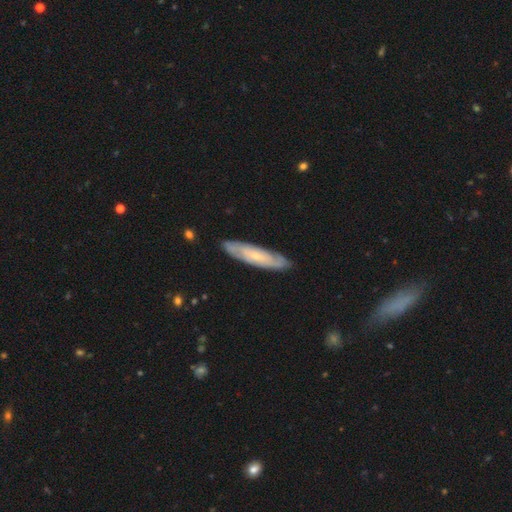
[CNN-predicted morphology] smooth_or_featured: featured or disk (p=0.59) [alt: smooth p=0.35]
disk_edge_on: no (p=0.59) [alt: yes p=0.41]
merging: none (p=0.85) [alt: minor disturbance p=0.12]